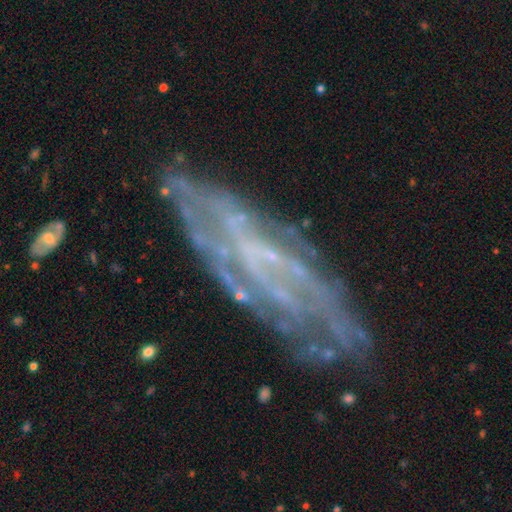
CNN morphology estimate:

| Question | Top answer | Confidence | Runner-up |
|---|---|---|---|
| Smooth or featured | featured or disk | 75% | smooth (13%) |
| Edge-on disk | no | 75% | yes (25%) |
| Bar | no | 48% | weak (33%) |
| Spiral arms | yes | 73% | no (27%) |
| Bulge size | none | 49% | small (39%) |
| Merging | none | 72% | minor disturbance (17%) |